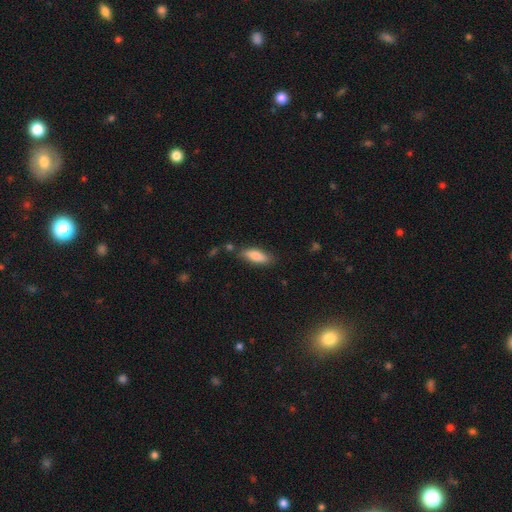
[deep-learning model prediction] smooth 82%, featured or disk 12%, star or artifact 6%. Down the decision tree: how rounded — in between (69%); merging — none (77%).